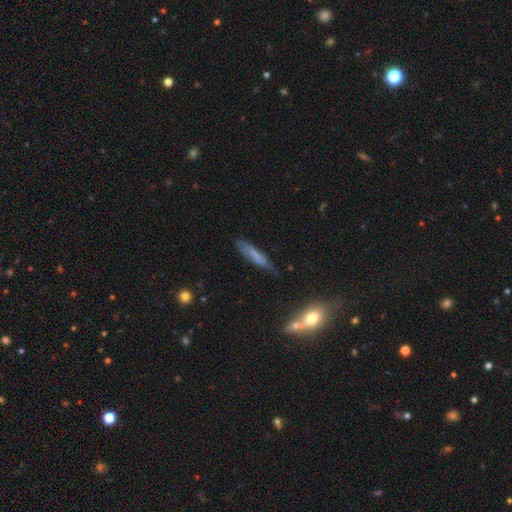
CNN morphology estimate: The model was most divided on "smooth or featured": smooth: 62%, featured or disk: 30%, star or artifact: 8%. More confident: how rounded — cigar-shaped (87%); merging — none (65%).